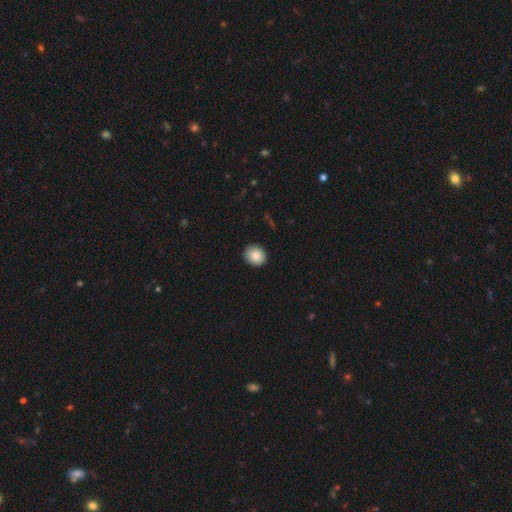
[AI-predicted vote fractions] Morphology: type=smooth (87%); roundness=round (77%); merging=none (91%).